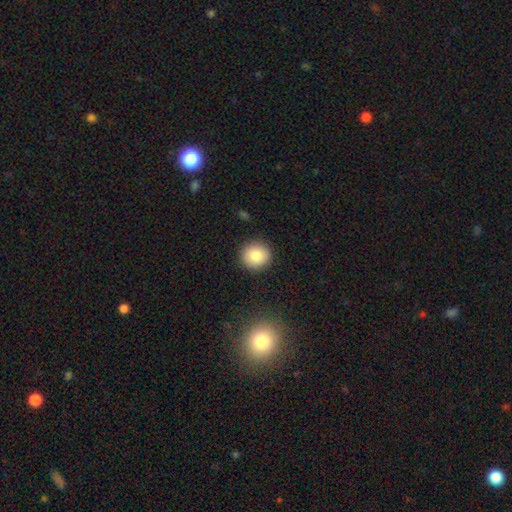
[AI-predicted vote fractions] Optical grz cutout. It shows a smooth galaxy with no disk features (84%) that is round (90%). Merging: none (90%).